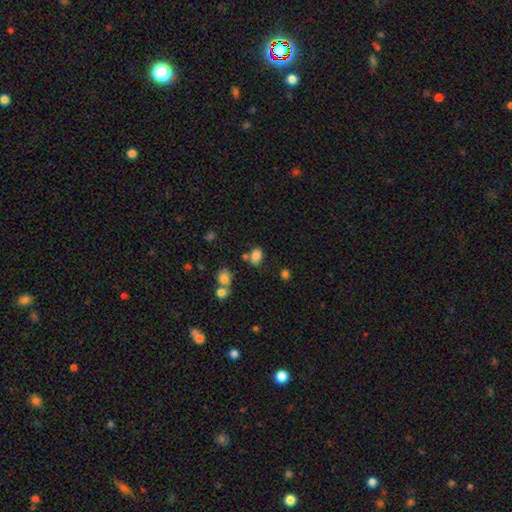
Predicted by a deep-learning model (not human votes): A smooth galaxy with no disk features (82%) that is in between round and cigar-shaped (79%).

Vote fractions:
- Smooth or featured? smooth: 82% / star or artifact: 12% / featured or disk: 5%
- How rounded? in between: 79% / round: 20% / cigar-shaped: 1%
- Merging? none: 59% / minor disturbance: 18% / merger: 16% / major disturbance: 6%